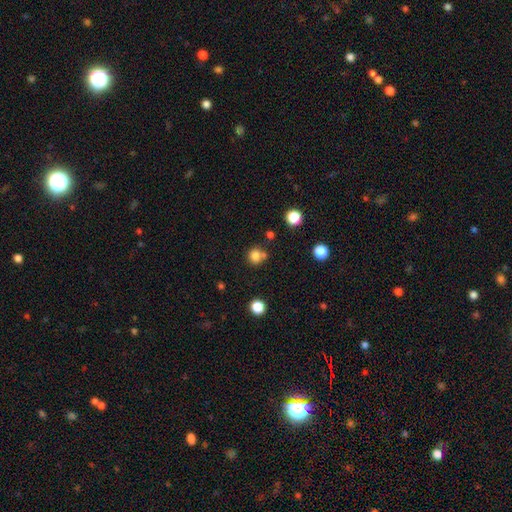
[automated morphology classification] smooth 80%, star or artifact 13%, featured or disk 7%. Down the decision tree: how rounded — round (89%); merging — none (65%).